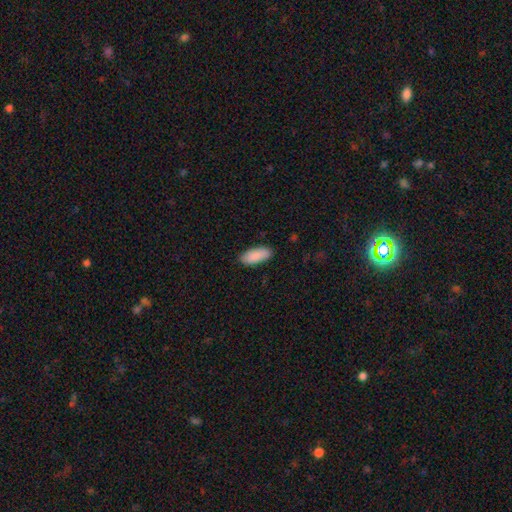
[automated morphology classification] Q: Smooth or featured?
A: smooth (90%); runner-up: star or artifact (6%)
Q: How rounded?
A: in between (83%); runner-up: cigar-shaped (15%)
Q: Merging?
A: none (88%); runner-up: minor disturbance (9%)